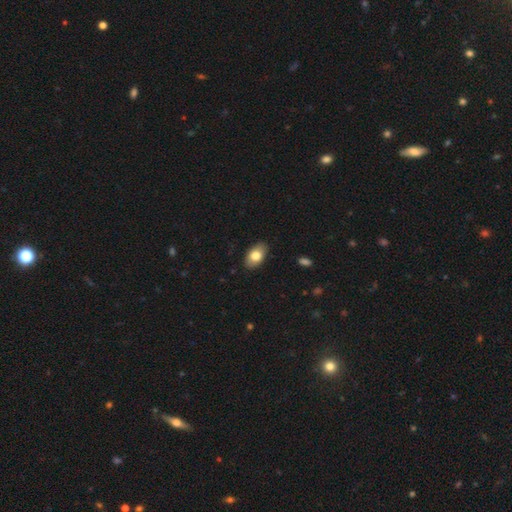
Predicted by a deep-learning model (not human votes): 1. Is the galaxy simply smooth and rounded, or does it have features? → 79% smooth, 14% featured or disk, 7% star or artifact.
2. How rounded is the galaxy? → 91% in between, 7% round, 2% cigar-shaped.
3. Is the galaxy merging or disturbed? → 87% none, 10% minor disturbance, 2% major disturbance, 1% merger.